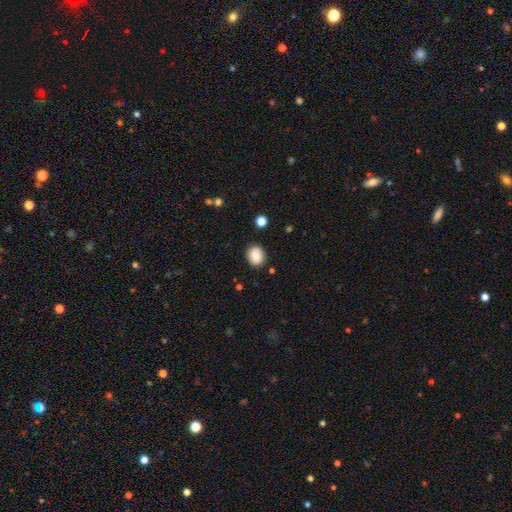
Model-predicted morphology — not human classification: smooth 82%, featured or disk 9%, star or artifact 9%. Down the decision tree: how rounded — round (65%); merging — none (86%).